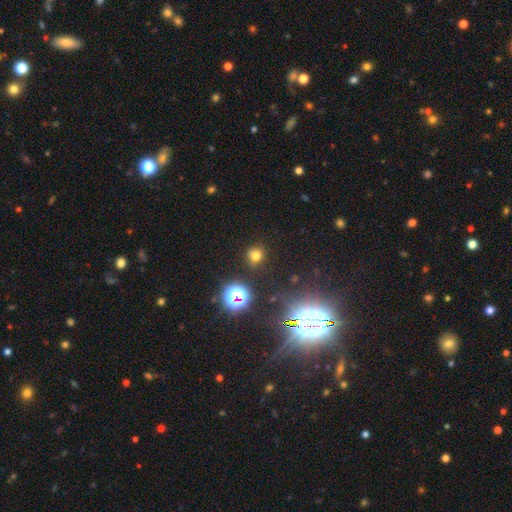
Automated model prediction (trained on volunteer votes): A smooth galaxy with no disk features (69%) that is round (86%). Merging: none (87%).